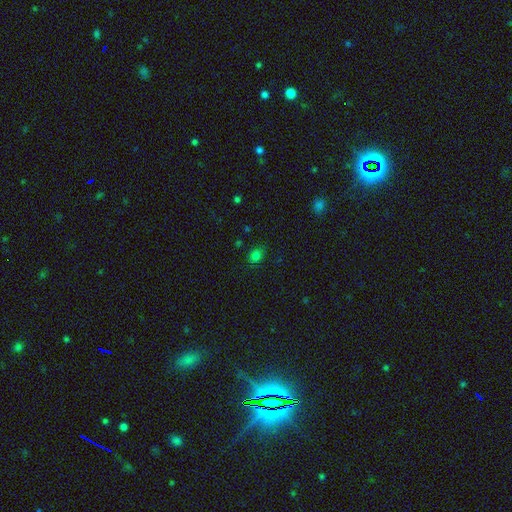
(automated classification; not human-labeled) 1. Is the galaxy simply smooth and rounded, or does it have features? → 76% smooth, 19% star or artifact, 5% featured or disk.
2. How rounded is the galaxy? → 59% round, 40% in between, 1% cigar-shaped.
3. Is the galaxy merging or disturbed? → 80% none, 14% minor disturbance, 4% major disturbance, 2% merger.